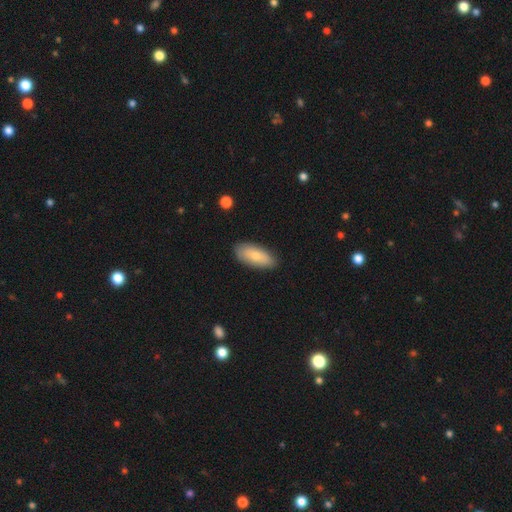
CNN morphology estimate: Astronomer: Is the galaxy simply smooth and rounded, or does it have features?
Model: smooth — 76%.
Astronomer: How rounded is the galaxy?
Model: in between — 86%.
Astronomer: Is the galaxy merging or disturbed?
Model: none — 85%.